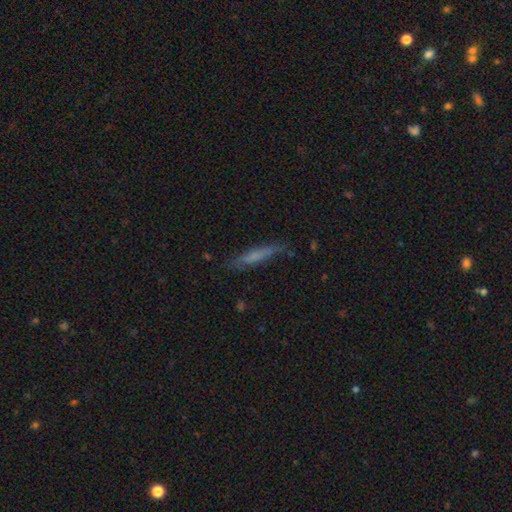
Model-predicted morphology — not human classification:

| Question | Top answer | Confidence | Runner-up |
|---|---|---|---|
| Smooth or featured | smooth | 61% | featured or disk (31%) |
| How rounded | cigar-shaped | 90% | in between (8%) |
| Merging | none | 75% | minor disturbance (18%) |